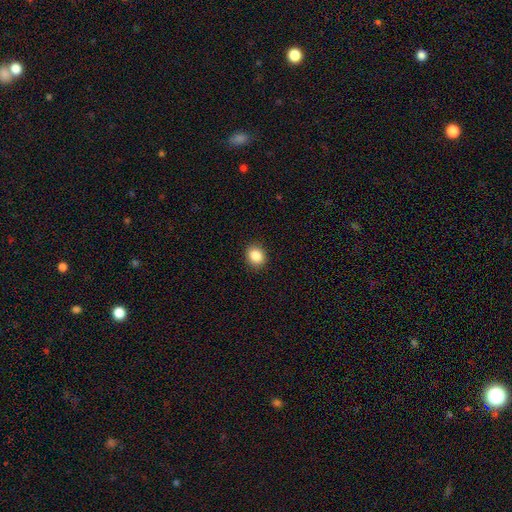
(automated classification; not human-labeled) The model was most divided on "how rounded": round: 62%, in between: 38%, cigar-shaped: 1%. More confident: merging — none (90%); smooth or featured — smooth (86%).